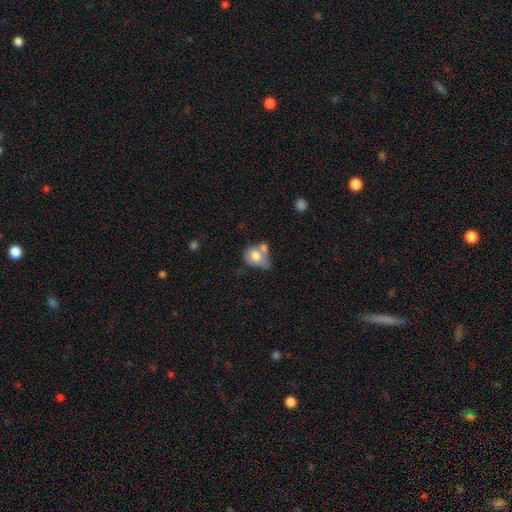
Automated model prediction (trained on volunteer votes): smooth_or_featured: smooth (p=0.68) [alt: featured or disk p=0.24]
how_rounded: in between (p=0.58) [alt: round p=0.40]
merging: merger (p=0.50) [alt: none p=0.22]